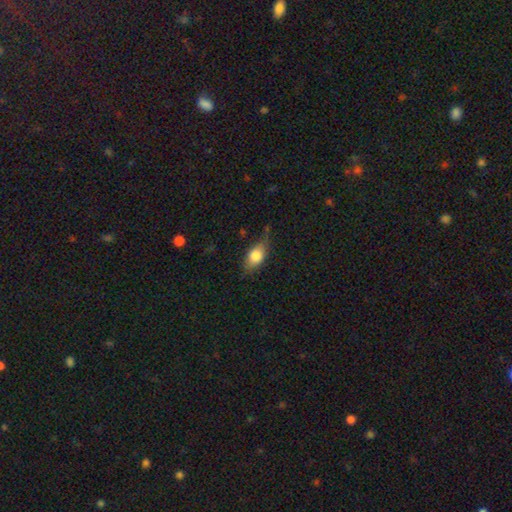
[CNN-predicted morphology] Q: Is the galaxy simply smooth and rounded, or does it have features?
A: smooth — 77%.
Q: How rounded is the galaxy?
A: in between — 82%.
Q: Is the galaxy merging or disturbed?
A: none — 60%.